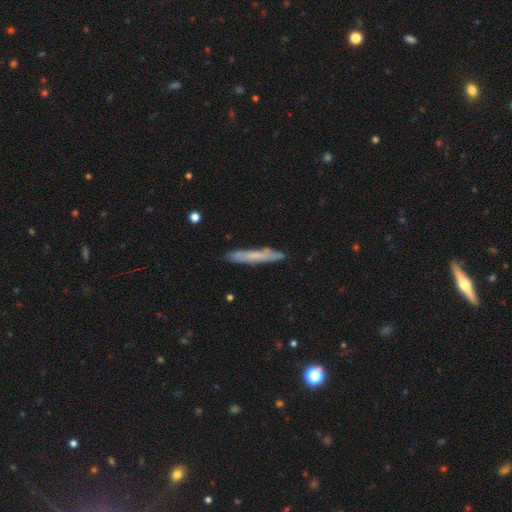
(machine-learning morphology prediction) smooth_or_featured: smooth (p=0.60) [alt: featured or disk p=0.34]
how_rounded: cigar-shaped (p=0.94) [alt: in between p=0.04]
merging: none (p=0.86) [alt: minor disturbance p=0.11]